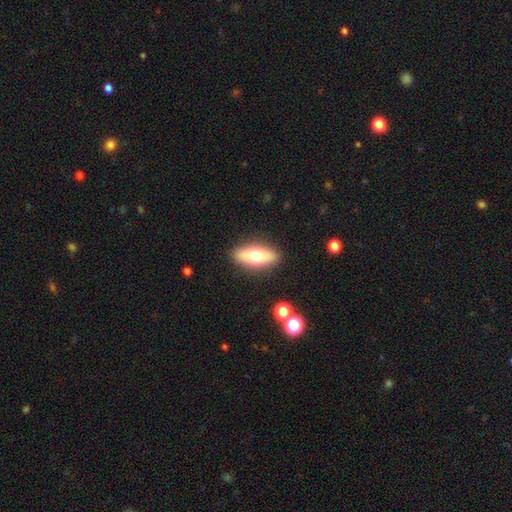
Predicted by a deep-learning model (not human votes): Overall: smooth (62%; featured or disk 31%). How rounded: in between (72%). Merging: none (88%).